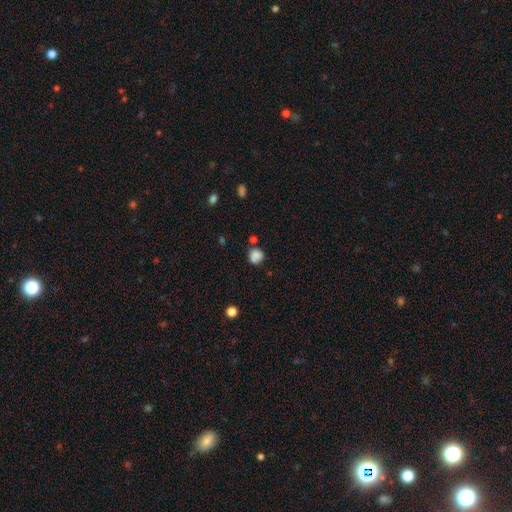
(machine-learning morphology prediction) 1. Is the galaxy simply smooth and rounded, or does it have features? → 81% smooth, 10% star or artifact, 8% featured or disk.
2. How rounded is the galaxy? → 82% round, 17% in between, 1% cigar-shaped.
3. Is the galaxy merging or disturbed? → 62% none, 20% minor disturbance, 13% merger, 6% major disturbance.